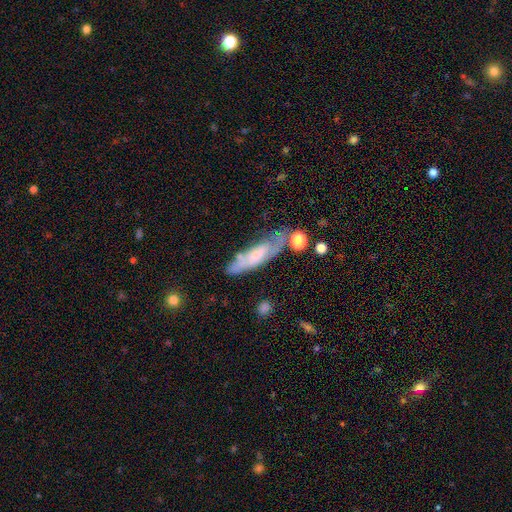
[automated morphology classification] Smooth or featured?
  - smooth: 49% *
  - featured or disk: 43%
  - star or artifact: 8%
Merging?
  - none: 52% *
  - minor disturbance: 26%
  - major disturbance: 12%
  - merger: 10%